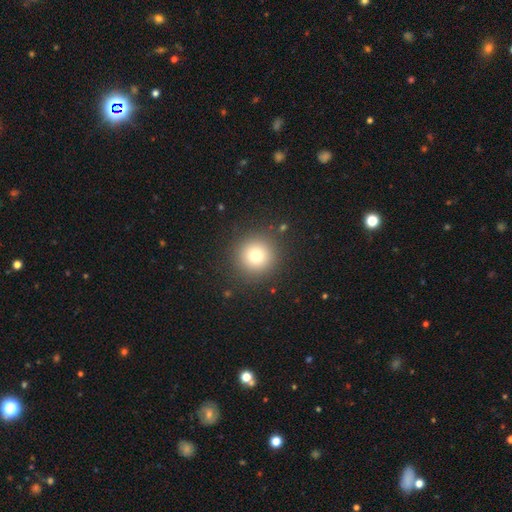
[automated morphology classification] Smooth or featured?
  - smooth: 76% *
  - star or artifact: 14%
  - featured or disk: 10%
How rounded?
  - round: 95% *
  - in between: 4%
  - cigar-shaped: 1%
Merging?
  - none: 90% *
  - minor disturbance: 6%
  - major disturbance: 3%
  - merger: 1%